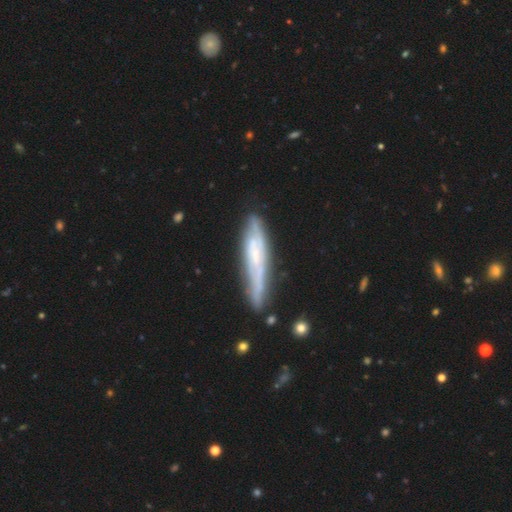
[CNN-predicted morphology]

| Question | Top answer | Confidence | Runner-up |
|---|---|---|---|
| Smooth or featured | featured or disk | 60% | smooth (33%) |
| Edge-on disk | yes | 66% | no (34%) |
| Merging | none | 69% | minor disturbance (22%) |